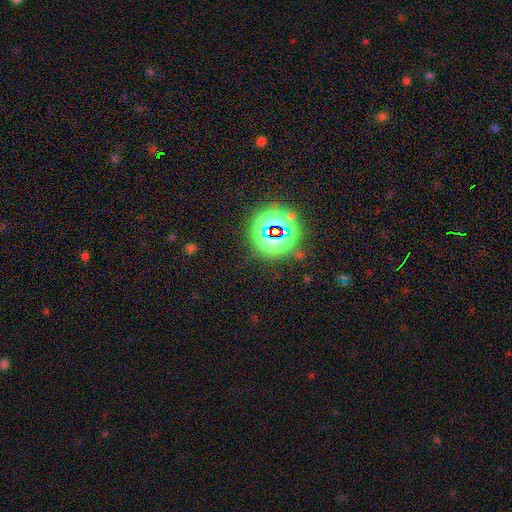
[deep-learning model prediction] Smooth or featured: star or artifact — 78% (smooth — 15%)